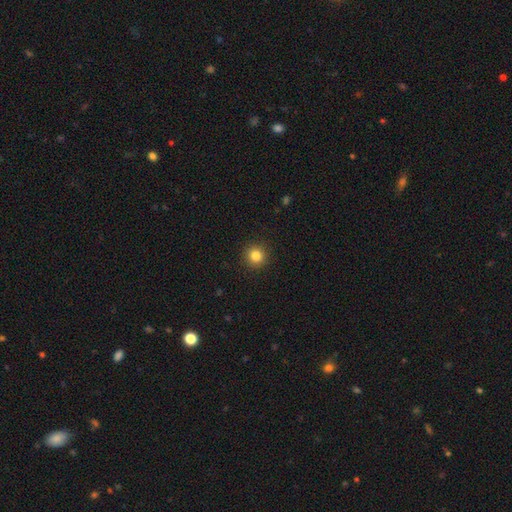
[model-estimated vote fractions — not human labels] The model was most divided on "smooth or featured": smooth: 83%, star or artifact: 12%, featured or disk: 5%. More confident: how rounded — round (95%); merging — none (92%).